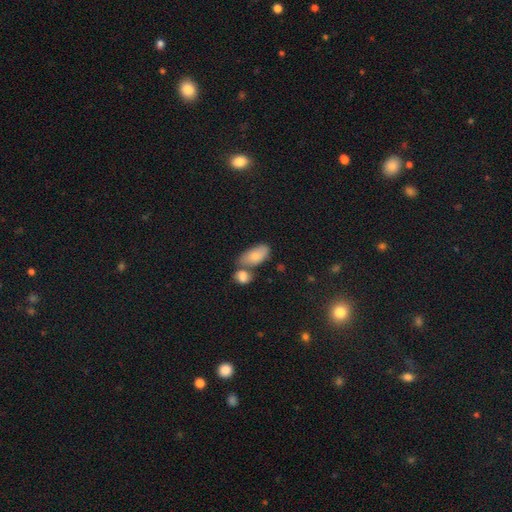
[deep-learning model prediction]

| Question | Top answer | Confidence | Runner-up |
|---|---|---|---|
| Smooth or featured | smooth | 77% | featured or disk (16%) |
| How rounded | in between | 91% | round (4%) |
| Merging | none | 41% | merger (38%) |